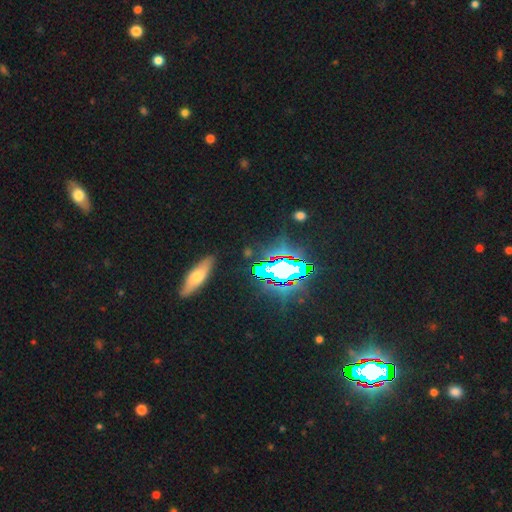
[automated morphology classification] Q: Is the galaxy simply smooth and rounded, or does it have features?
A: star or artifact — 62%.